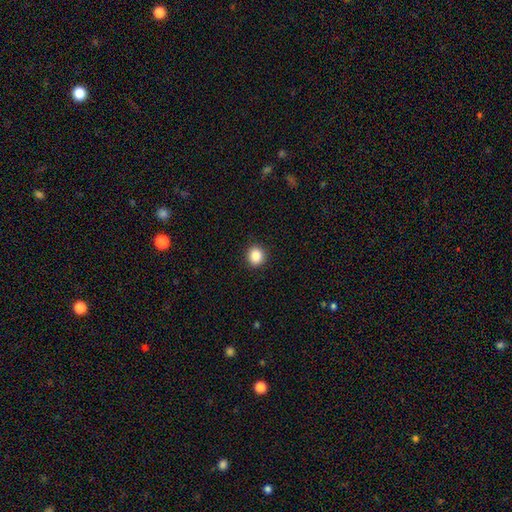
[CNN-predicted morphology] Smooth or featured?
  - smooth: 87% *
  - star or artifact: 10%
  - featured or disk: 3%
How rounded?
  - round: 84% *
  - in between: 16%
  - cigar-shaped: 1%
Merging?
  - none: 91% *
  - minor disturbance: 6%
  - major disturbance: 2%
  - merger: 1%